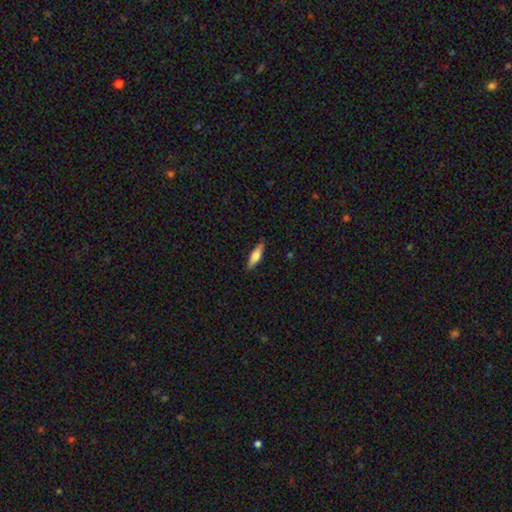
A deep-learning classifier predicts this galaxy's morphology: Smooth or featured: smooth — 57% (featured or disk — 37%)
How rounded: cigar-shaped — 60% (in between — 38%)
Merging: none — 87% (minor disturbance — 10%)